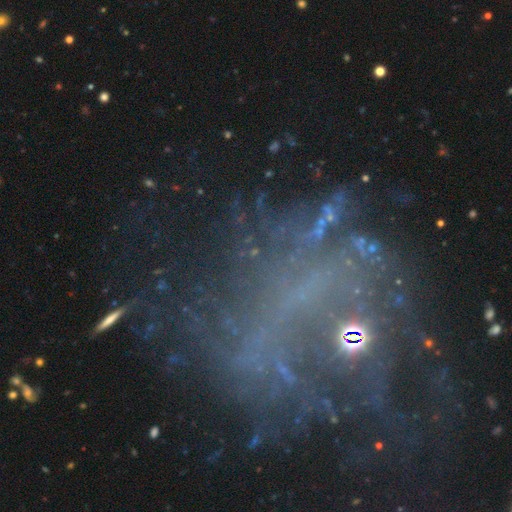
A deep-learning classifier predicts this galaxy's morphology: Q: Smooth or featured?
A: featured or disk (51%); runner-up: star or artifact (35%)
Q: Edge-on disk?
A: no (94%); runner-up: yes (6%)
Q: Merging?
A: none (48%); runner-up: major disturbance (30%)